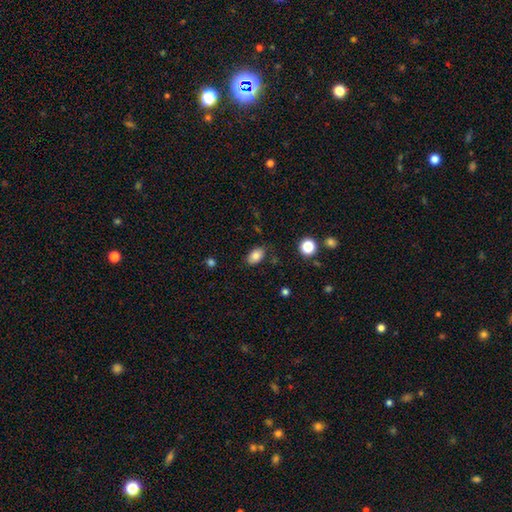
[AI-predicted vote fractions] Q: Smooth or featured?
A: smooth (82%); runner-up: star or artifact (9%)
Q: How rounded?
A: in between (86%); runner-up: round (13%)
Q: Merging?
A: none (81%); runner-up: minor disturbance (14%)